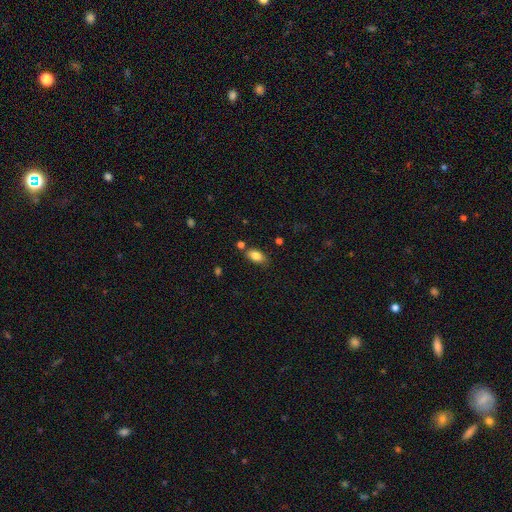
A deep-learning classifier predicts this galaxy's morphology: smooth-or-featured: smooth: 83% | featured or disk: 8% | star or artifact: 8%
  how-rounded: in between: 89% | round: 7% | cigar-shaped: 4%
  merging: none: 73% | minor disturbance: 15% | merger: 9% | major disturbance: 3%